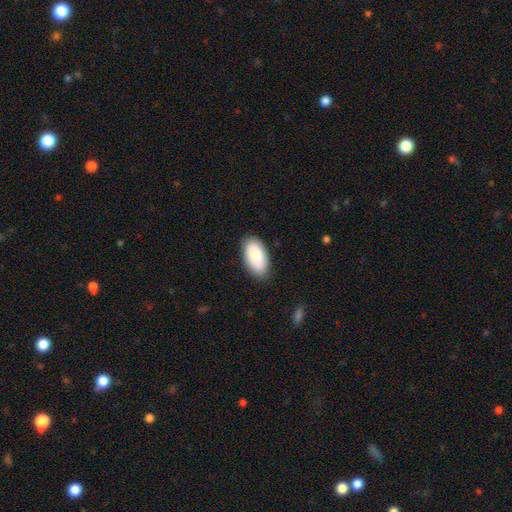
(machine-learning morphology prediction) This appears to be a smooth galaxy with no disk features (84%) that is in between round and cigar-shaped (95%). Merging: none (86%).